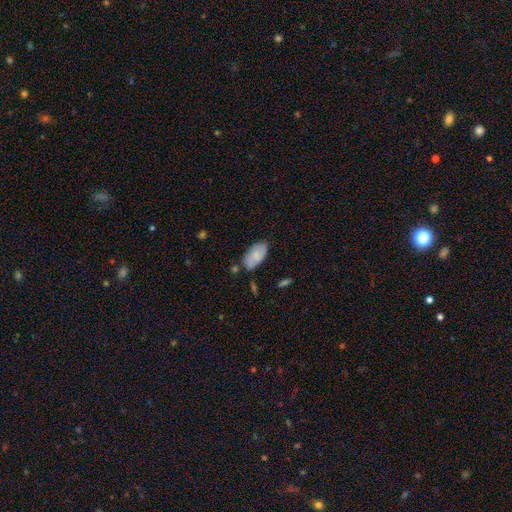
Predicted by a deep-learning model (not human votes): Morphology: type=smooth (65%); roundness=in between (93%); merging=none (70%).